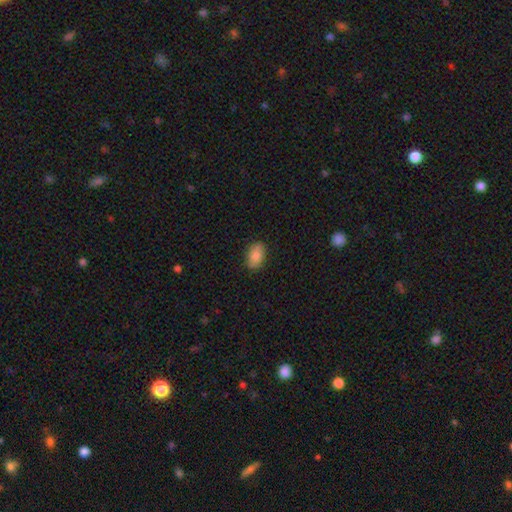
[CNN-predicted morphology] A smooth galaxy with no disk features (85%) that is in between round and cigar-shaped (88%).

Vote fractions:
- Smooth or featured? smooth: 85% / featured or disk: 8% / star or artifact: 7%
- How rounded? in between: 88% / round: 10% / cigar-shaped: 2%
- Merging? none: 85% / minor disturbance: 12% / major disturbance: 2% / merger: 1%